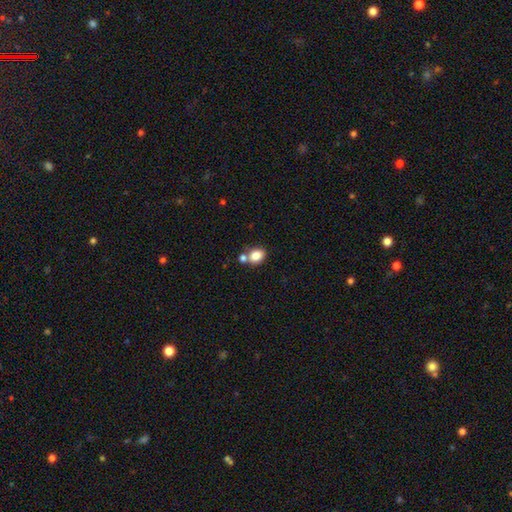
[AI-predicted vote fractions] Smooth or featured? Predicted: smooth (p=0.83). How rounded? Predicted: in between (p=0.53). Merging? Predicted: none (p=0.55).